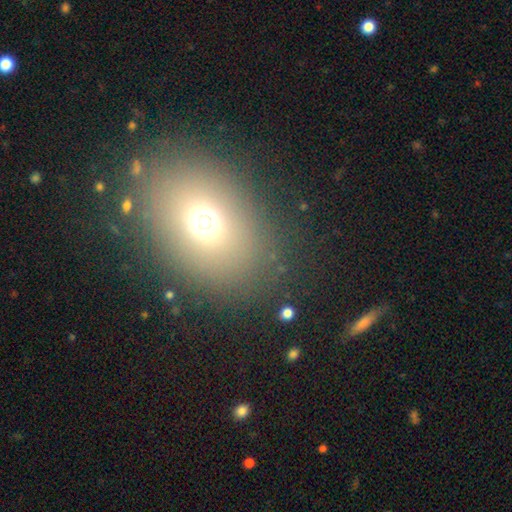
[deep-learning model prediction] Morphology: type=smooth (68%); roundness=in between (67%); merging=none (85%).